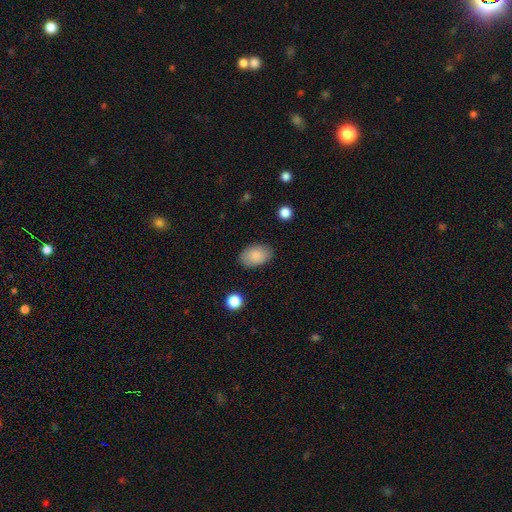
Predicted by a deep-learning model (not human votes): This appears to be a smooth galaxy with no disk features (87%) that is in between round and cigar-shaped (90%). Merging: none (85%).